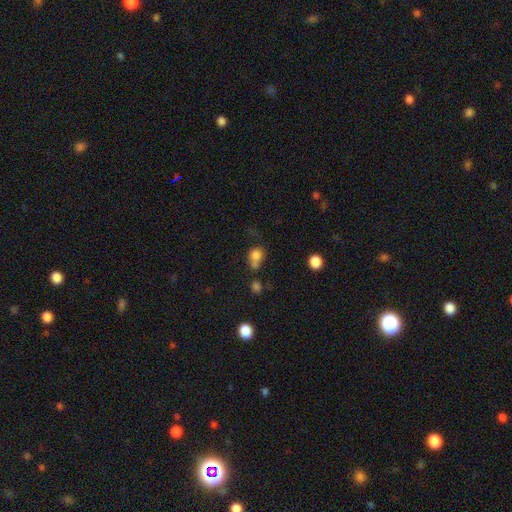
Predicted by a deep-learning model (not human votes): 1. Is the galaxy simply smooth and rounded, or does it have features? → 77% smooth, 13% star or artifact, 9% featured or disk.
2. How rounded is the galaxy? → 68% round, 31% in between, 1% cigar-shaped.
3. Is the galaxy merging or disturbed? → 39% none, 36% merger, 16% minor disturbance, 9% major disturbance.